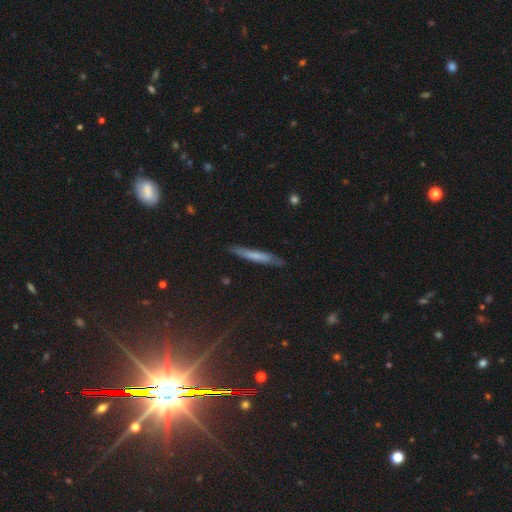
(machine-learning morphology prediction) This is possibly a smooth galaxy (54%). How rounded: clearly cigar-shaped (94%). Merging: clearly none (84%).